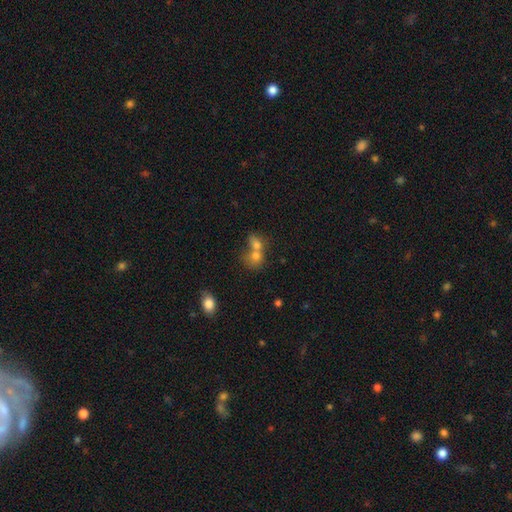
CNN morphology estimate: Overall: smooth (72%). How rounded: round (54%; in between 44%). Merging: merger (66%).